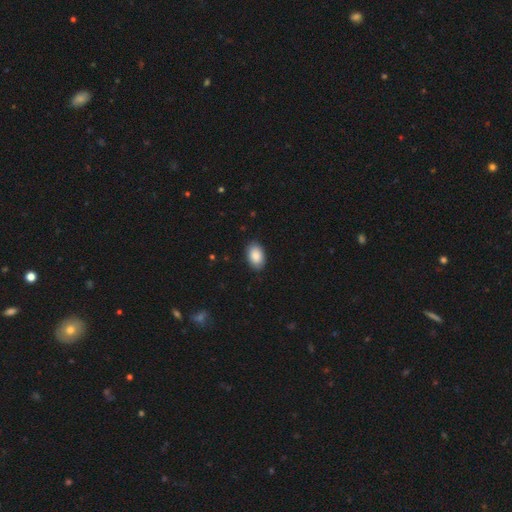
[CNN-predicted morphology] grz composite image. It shows a smooth galaxy with no disk features (89%) that is in between round and cigar-shaped (92%). Merging: none (87%).